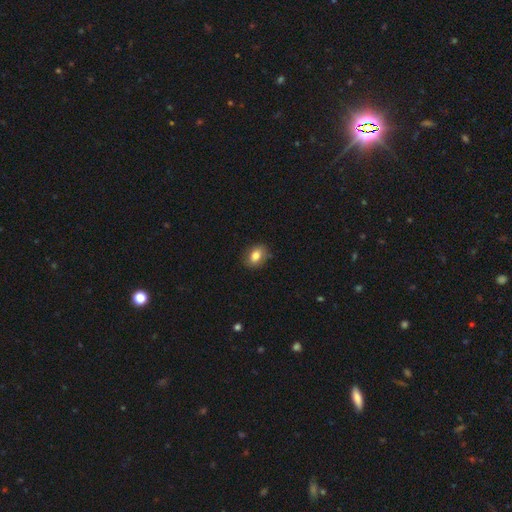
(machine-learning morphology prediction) smooth-or-featured: smooth: 81% | featured or disk: 10% | star or artifact: 9%
  how-rounded: in between: 68% | round: 31% | cigar-shaped: 1%
  merging: none: 83% | minor disturbance: 13% | major disturbance: 3% | merger: 1%